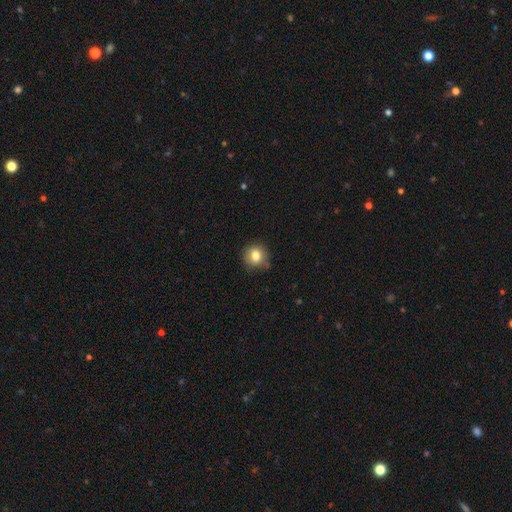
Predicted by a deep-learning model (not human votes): Smooth or featured?
  - smooth: 81% *
  - star or artifact: 10%
  - featured or disk: 9%
How rounded?
  - round: 88% *
  - in between: 11%
  - cigar-shaped: 1%
Merging?
  - none: 79% *
  - minor disturbance: 16%
  - major disturbance: 3%
  - merger: 2%